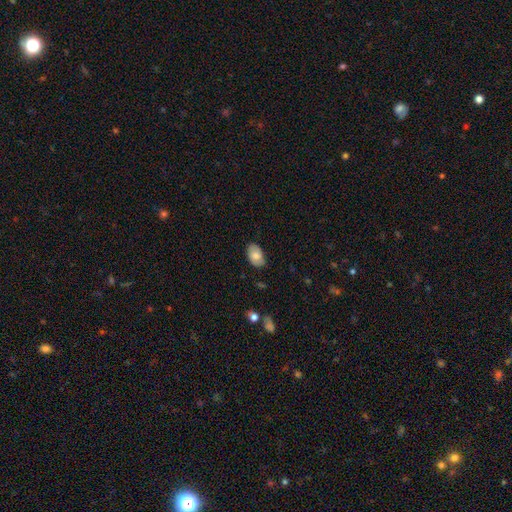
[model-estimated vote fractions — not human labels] This is likely a smooth galaxy (74%). How rounded: clearly in between (91%). Merging: likely none (78%).